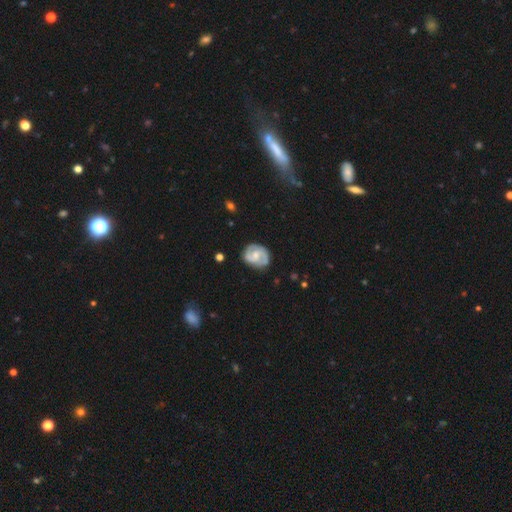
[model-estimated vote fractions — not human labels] A featured or disk galaxy (76%) with a weak bar (45%, tied with no), 2 (78%) medium (45%) spiral arms (93%) and a moderate central bulge (48%). Merging: none (74%).